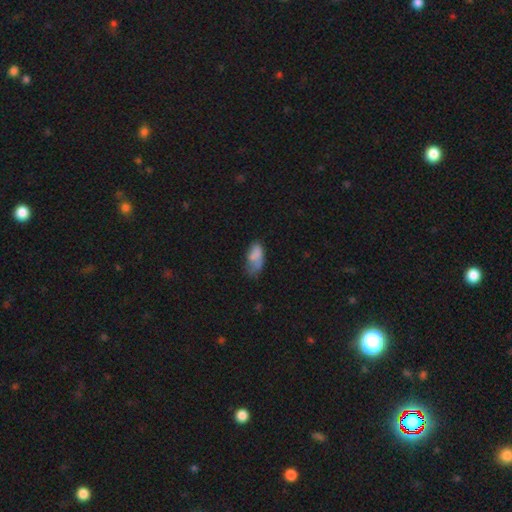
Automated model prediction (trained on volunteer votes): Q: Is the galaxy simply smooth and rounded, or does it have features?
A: smooth — 73%.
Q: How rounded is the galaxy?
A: in between — 91%.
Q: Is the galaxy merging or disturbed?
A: minor disturbance — 34%, tied with none.